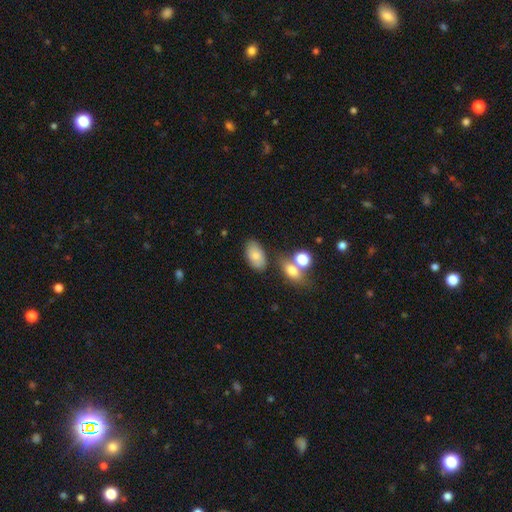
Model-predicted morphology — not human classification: The model was most divided on "merging": none: 70%, minor disturbance: 15%, merger: 11%, major disturbance: 5%. More confident: how rounded — in between (92%); smooth or featured — smooth (78%).